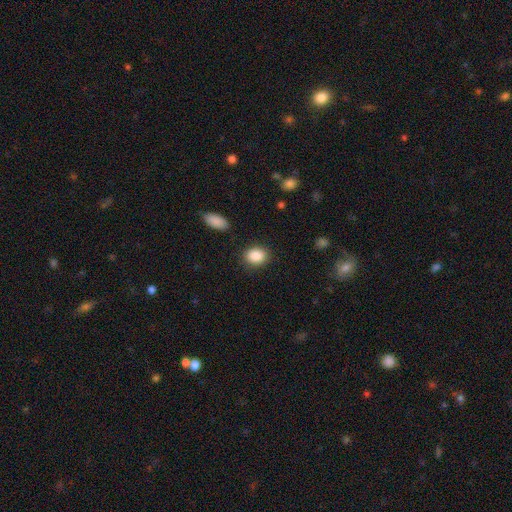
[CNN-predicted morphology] A smooth galaxy with no disk features (89%) that is in between round and cigar-shaped (60%). Merging: none (85%).